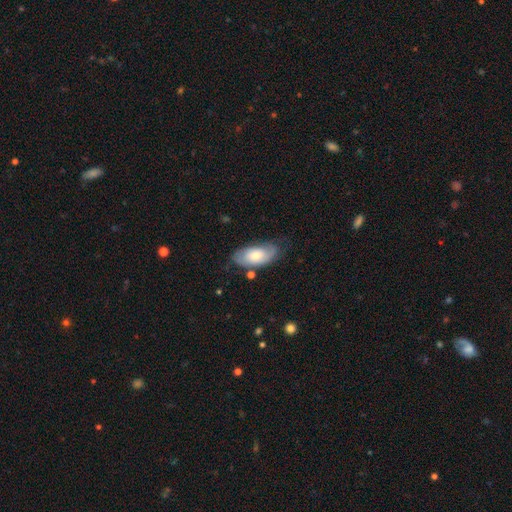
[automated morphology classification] Smooth or featured? Predicted: smooth (p=0.57). How rounded? Predicted: in between (p=0.91). Merging? Predicted: none (p=0.64).